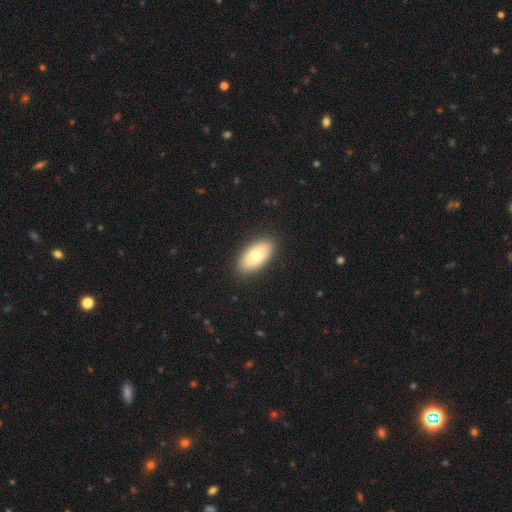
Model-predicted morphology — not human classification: Q: Smooth or featured?
A: smooth (70%); runner-up: featured or disk (24%)
Q: How rounded?
A: in between (93%); runner-up: cigar-shaped (3%)
Q: Merging?
A: none (88%); runner-up: minor disturbance (8%)